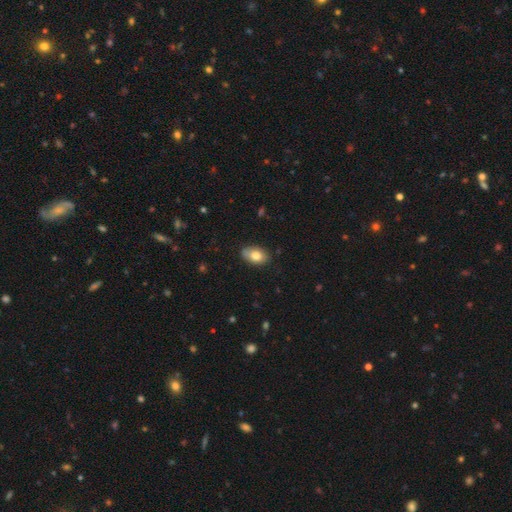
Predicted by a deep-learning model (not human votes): Smooth or featured: smooth — 79% (featured or disk — 14%)
How rounded: in between — 89% (round — 10%)
Merging: none — 78% (minor disturbance — 17%)